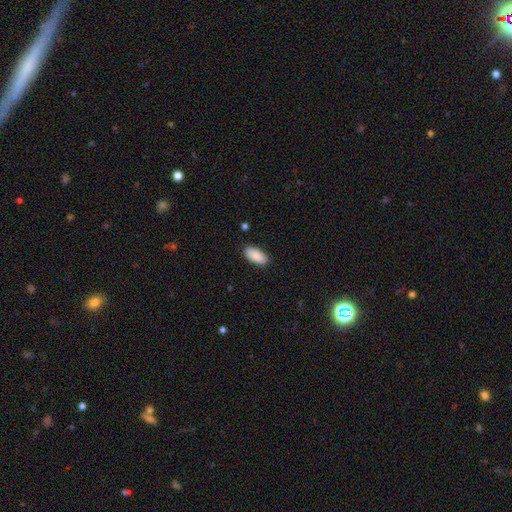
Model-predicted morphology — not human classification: Smooth or featured? smooth (90%)
How rounded? in between (91%)
Merging? none (88%)